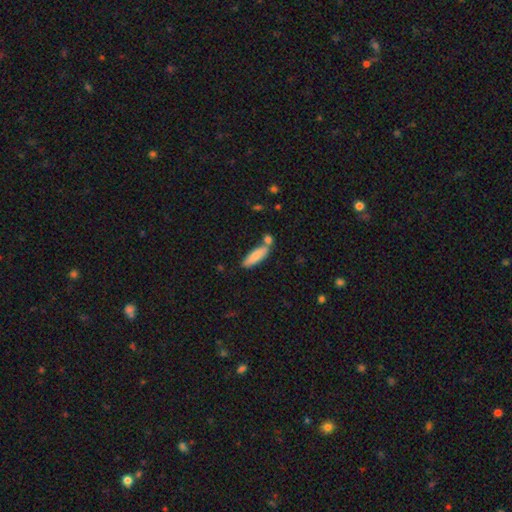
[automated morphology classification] This is clearly a smooth galaxy (83%). How rounded: possibly cigar-shaped (52%). Merging: likely none (63%).